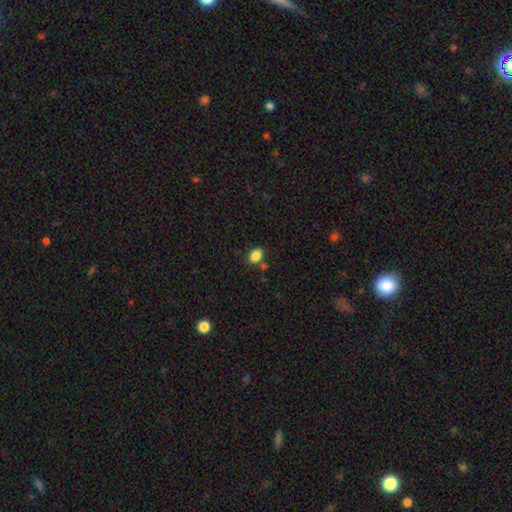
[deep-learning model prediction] The model was most divided on "how rounded": in between: 66%, round: 33%, cigar-shaped: 1%. More confident: smooth or featured — smooth (85%); merging — none (76%).